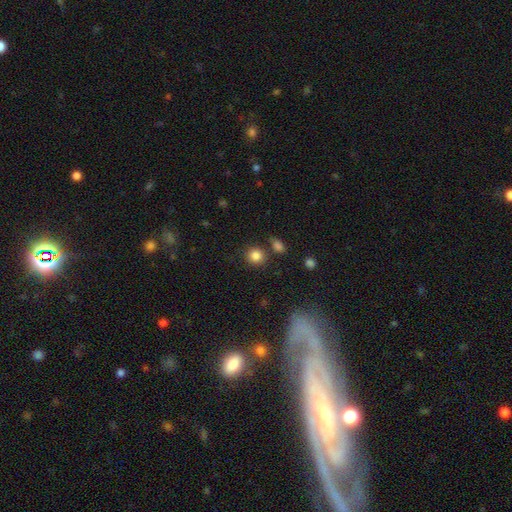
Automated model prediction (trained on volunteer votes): Smooth or featured? Predicted: smooth (p=0.84). How rounded? Predicted: round (p=0.87). Merging? Predicted: none (p=0.79).